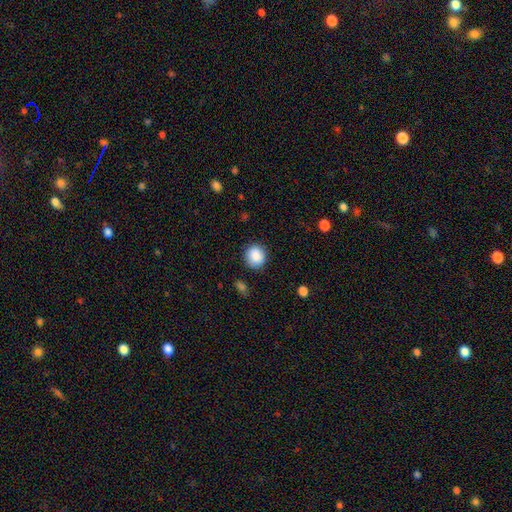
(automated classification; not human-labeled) Q: Smooth or featured?
A: smooth (88%); runner-up: star or artifact (8%)
Q: How rounded?
A: round (81%); runner-up: in between (18%)
Q: Merging?
A: none (85%); runner-up: minor disturbance (11%)